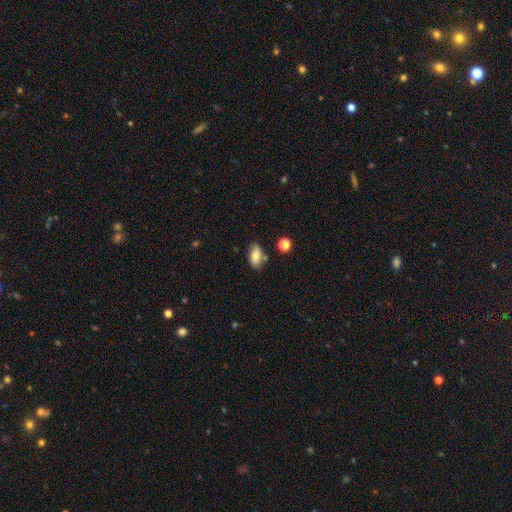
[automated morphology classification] type=smooth (78%); roundness=in between (89%); merging=none (73%).